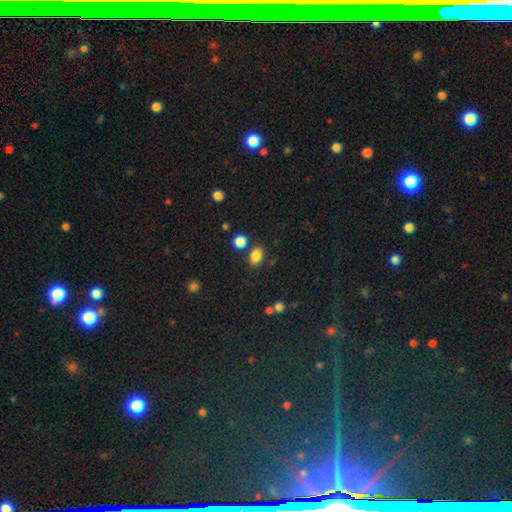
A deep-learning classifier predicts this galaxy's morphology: Overall: smooth (84%). How rounded: in between (75%). Merging: none (73%).